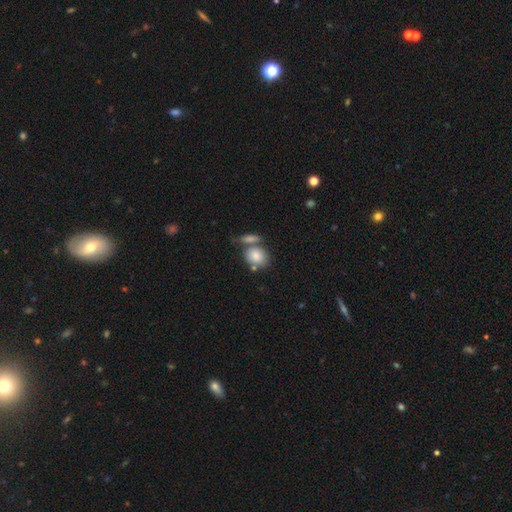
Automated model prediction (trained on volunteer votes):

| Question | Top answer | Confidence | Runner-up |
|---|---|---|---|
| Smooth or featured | smooth | 83% | featured or disk (10%) |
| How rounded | round | 49% | tied: in between (49%) |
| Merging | none | 48% | merger (35%) |